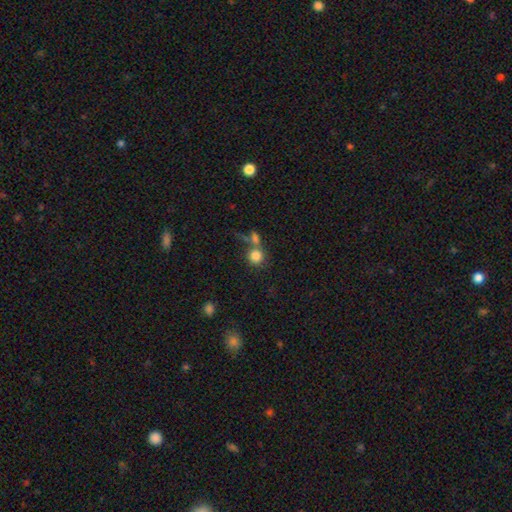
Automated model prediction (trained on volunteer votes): Overall: smooth (83%). How rounded: round (88%). Merging: none (49%; merger 36%).